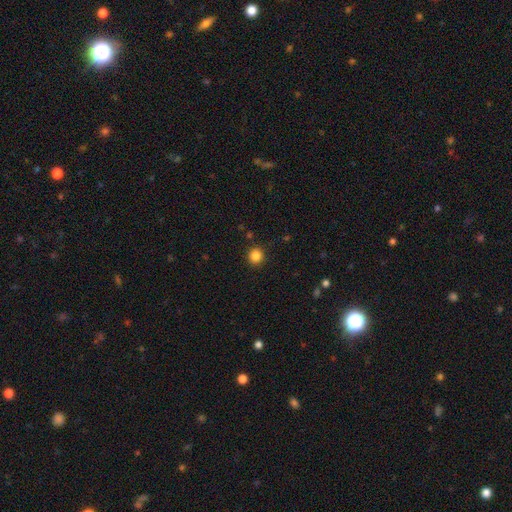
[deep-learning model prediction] smooth_or_featured: smooth (p=0.85) [alt: star or artifact p=0.12]
how_rounded: round (p=0.91) [alt: in between p=0.08]
merging: none (p=0.91) [alt: minor disturbance p=0.06]